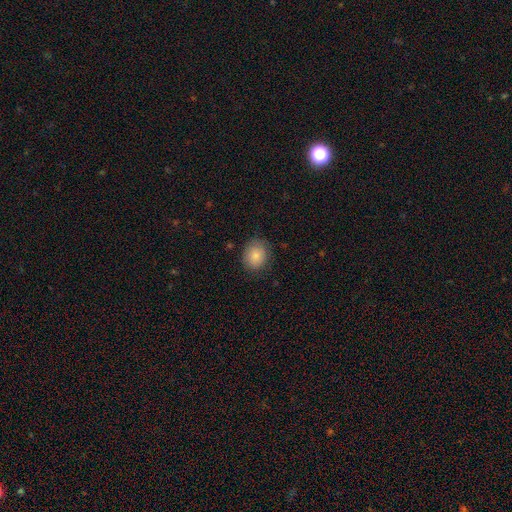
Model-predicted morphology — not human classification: Smooth or featured: smooth — 84% (star or artifact — 8%)
How rounded: round — 64% (in between — 35%)
Merging: none — 82% (minor disturbance — 14%)